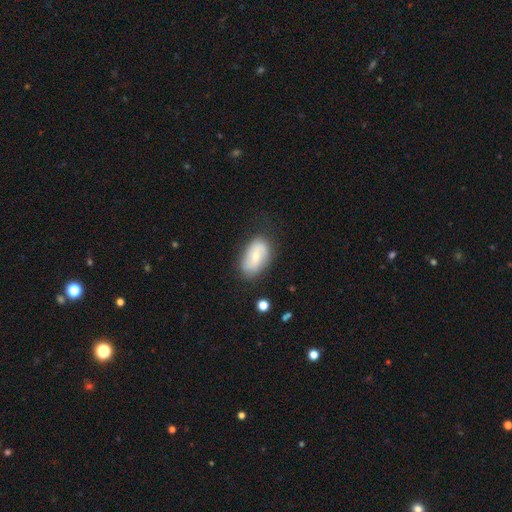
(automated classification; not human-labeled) Overall: smooth (52%; featured or disk 41%). How rounded: in between (91%). Merging: none (73%).